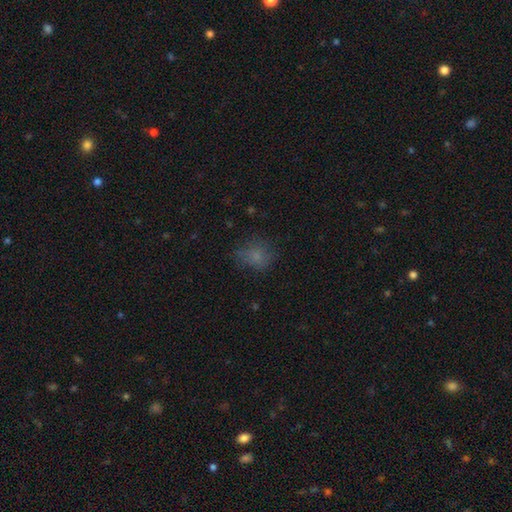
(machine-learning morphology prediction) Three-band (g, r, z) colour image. It shows a smooth galaxy with no disk features (69%) that is round (59%). Merging: none (61%).